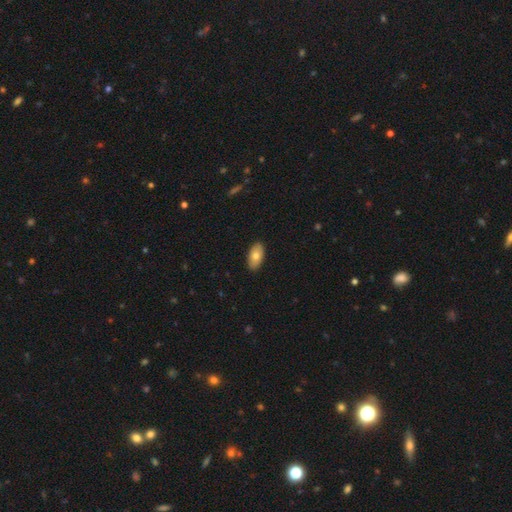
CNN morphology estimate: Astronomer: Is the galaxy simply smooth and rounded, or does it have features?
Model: smooth — 77%.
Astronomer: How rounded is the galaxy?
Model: in between — 94%.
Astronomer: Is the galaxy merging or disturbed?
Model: none — 89%.